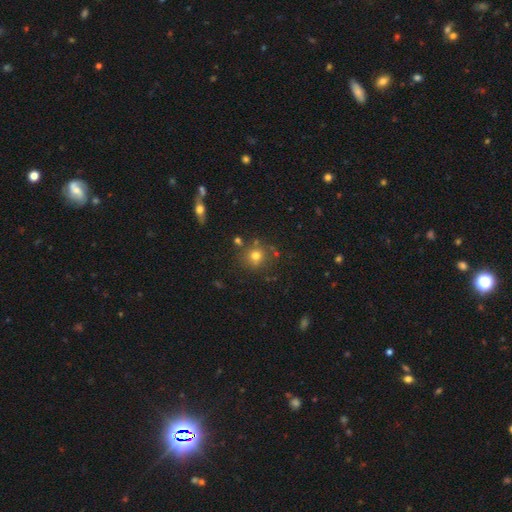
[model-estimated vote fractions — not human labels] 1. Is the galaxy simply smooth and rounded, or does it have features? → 71% smooth, 18% star or artifact, 12% featured or disk.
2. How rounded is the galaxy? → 88% round, 11% in between, 1% cigar-shaped.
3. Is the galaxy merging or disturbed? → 75% none, 12% minor disturbance, 8% merger, 4% major disturbance.